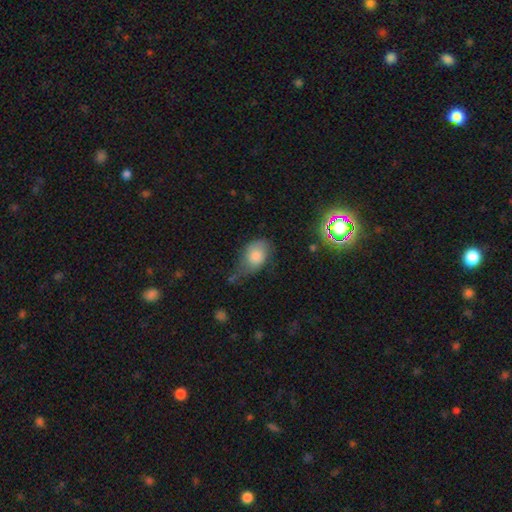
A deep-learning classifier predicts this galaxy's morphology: The model was most divided on "merging": minor disturbance: 38%, none: 34%, major disturbance: 22%, merger: 5%. More confident: how rounded — in between (79%); smooth or featured — smooth (74%).